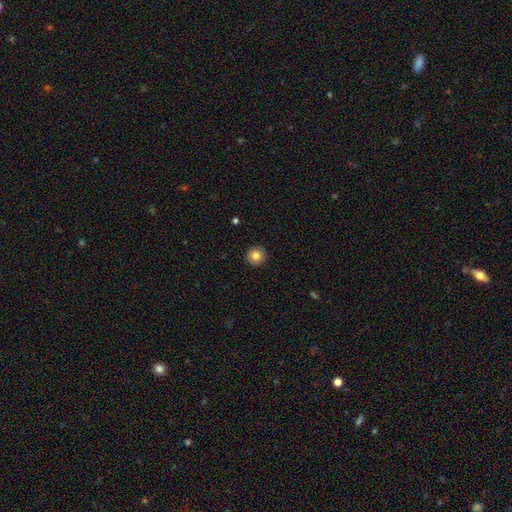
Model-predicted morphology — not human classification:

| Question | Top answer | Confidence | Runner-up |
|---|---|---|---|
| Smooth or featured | smooth | 85% | star or artifact (10%) |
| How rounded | round | 95% | in between (4%) |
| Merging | none | 91% | minor disturbance (6%) |